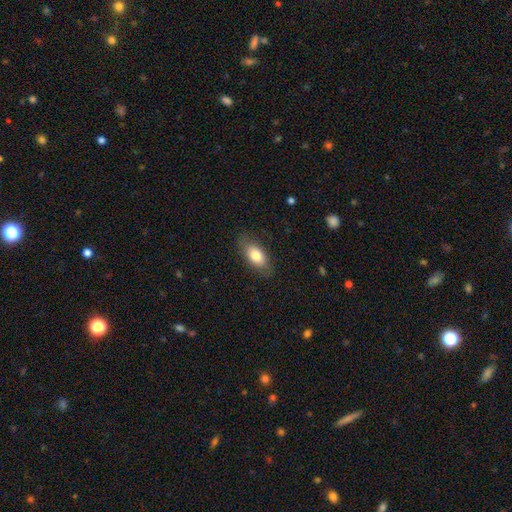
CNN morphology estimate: Smooth or featured: smooth — 78% (featured or disk — 16%)
How rounded: in between — 89% (cigar-shaped — 6%)
Merging: none — 82% (minor disturbance — 13%)